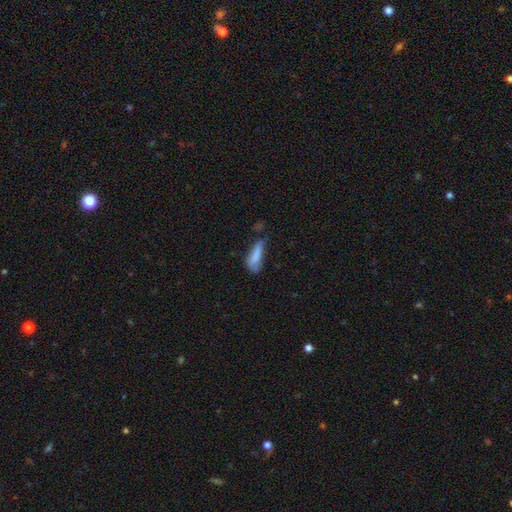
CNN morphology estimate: smooth 76%, featured or disk 15%, star or artifact 9%. Down the decision tree: how rounded — cigar-shaped (58%); merging — minor disturbance (36%).